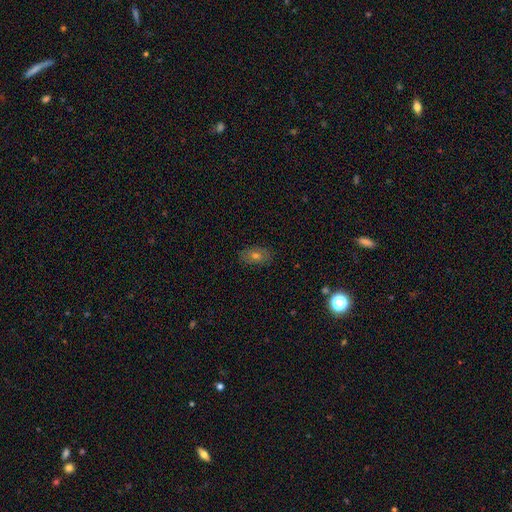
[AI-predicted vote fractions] This is possibly a smooth galaxy (57%). How rounded: clearly in between (83%). Merging: clearly none (85%).